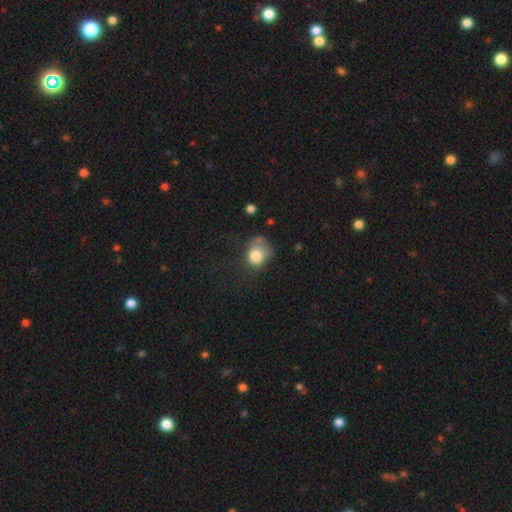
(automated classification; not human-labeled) smooth 78%, featured or disk 12%, star or artifact 10%. Down the decision tree: how rounded — round (65%); merging — none (36%).